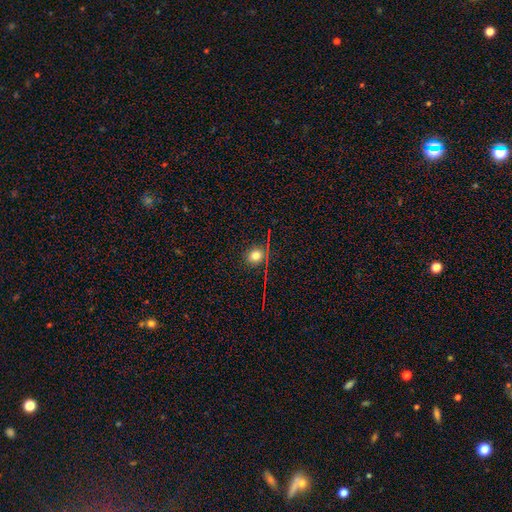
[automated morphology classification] smooth_or_featured: smooth (p=0.73) [alt: star or artifact p=0.18]
how_rounded: round (p=0.76) [alt: in between p=0.23]
merging: none (p=0.83) [alt: minor disturbance p=0.11]